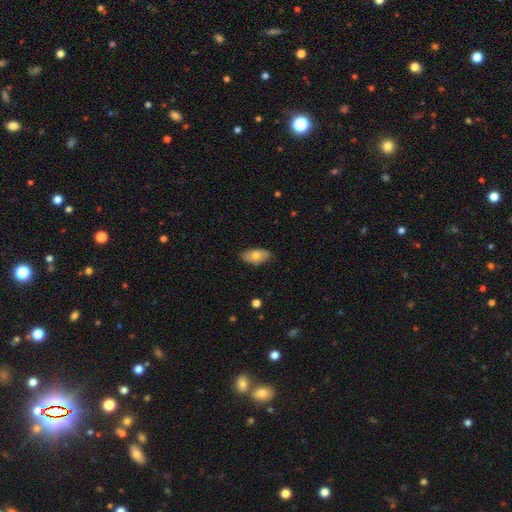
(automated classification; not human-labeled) Smooth or featured? smooth (71%)
How rounded? in between (93%)
Merging? none (82%)